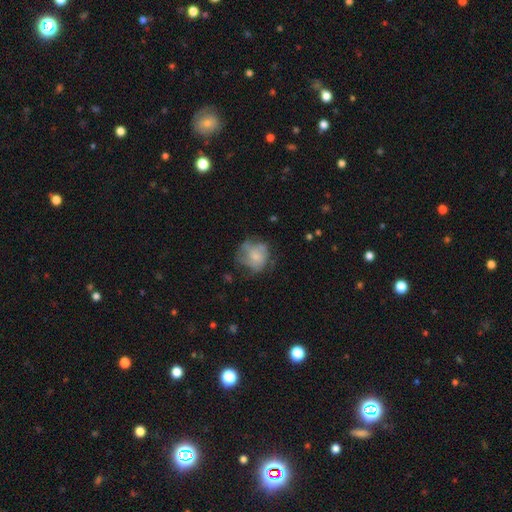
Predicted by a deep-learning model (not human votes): A smooth galaxy with no disk features (50%) that is round (75%). Merging: none (50%).